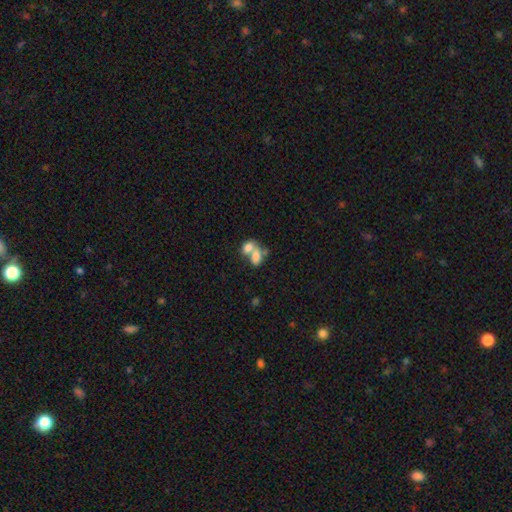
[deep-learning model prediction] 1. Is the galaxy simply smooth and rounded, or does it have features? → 73% smooth, 18% featured or disk, 9% star or artifact.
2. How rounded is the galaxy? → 83% in between, 15% round, 2% cigar-shaped.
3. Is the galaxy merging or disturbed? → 71% merger, 18% none, 6% minor disturbance, 5% major disturbance.